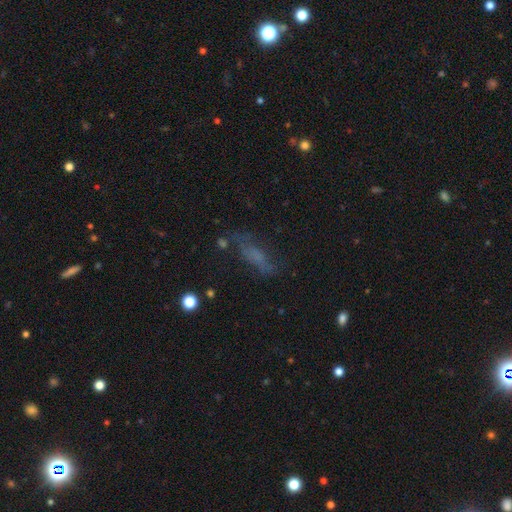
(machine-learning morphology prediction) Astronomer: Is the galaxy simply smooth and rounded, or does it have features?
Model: smooth — 47% (runner-up: featured or disk, 32%).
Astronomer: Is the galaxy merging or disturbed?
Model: none — 56%.